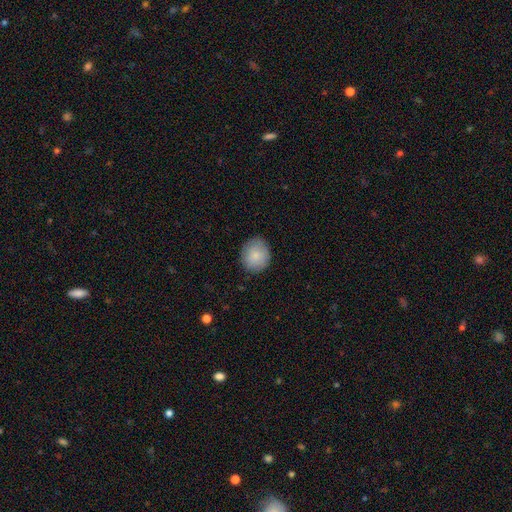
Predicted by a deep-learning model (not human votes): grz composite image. It shows a smooth galaxy with no disk features (85%) that is round (78%). Merging: none (84%).